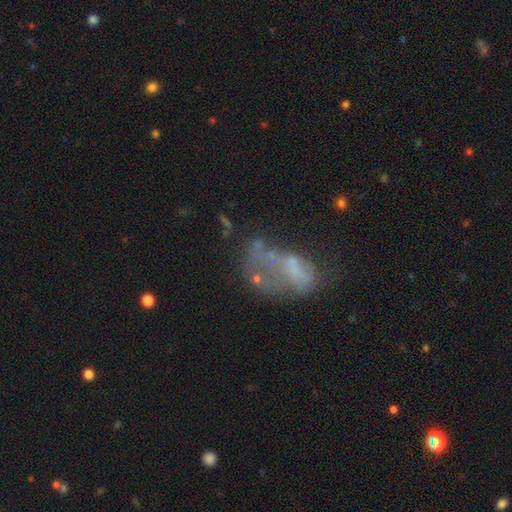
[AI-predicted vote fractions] Smooth or featured: featured or disk — 45% (smooth — 35%)
Merging: major disturbance — 39% (none — 24%)